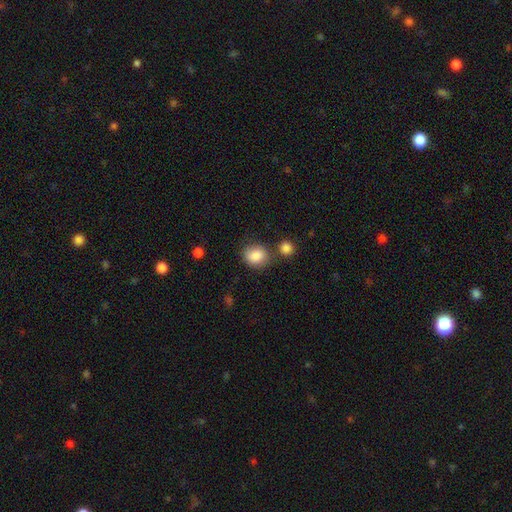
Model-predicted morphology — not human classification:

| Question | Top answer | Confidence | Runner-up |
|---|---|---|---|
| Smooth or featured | smooth | 86% | star or artifact (8%) |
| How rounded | round | 63% | in between (36%) |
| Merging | none | 67% | minor disturbance (15%) |